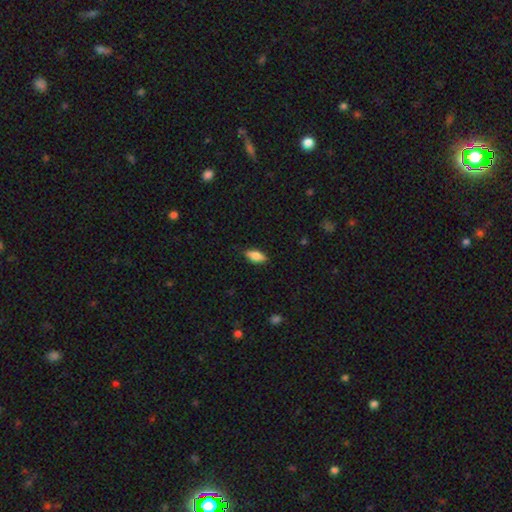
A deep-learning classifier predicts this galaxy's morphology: smooth-or-featured: smooth: 75% | featured or disk: 18% | star or artifact: 7%
  how-rounded: in between: 79% | cigar-shaped: 18% | round: 3%
  merging: none: 85% | minor disturbance: 12% | major disturbance: 2% | merger: 1%